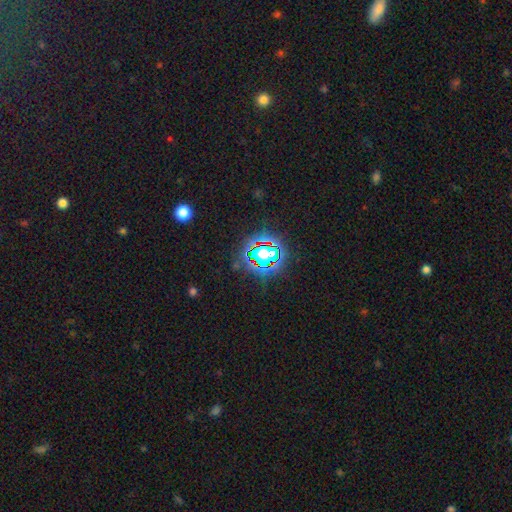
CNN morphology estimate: The model was most divided on "smooth or featured": star or artifact: 70%, smooth: 19%, featured or disk: 11%.